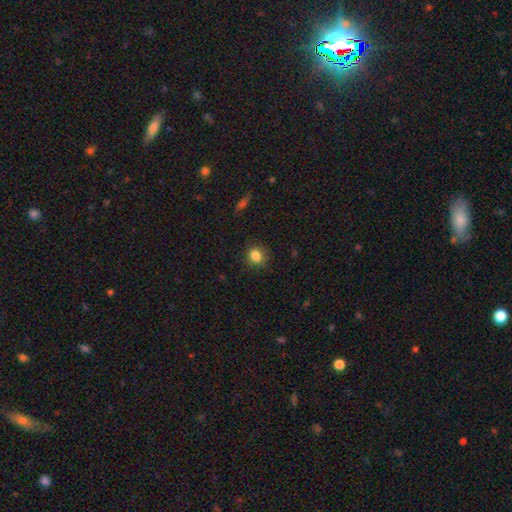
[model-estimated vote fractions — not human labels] Smooth or featured? smooth (84%)
How rounded? round (64%)
Merging? none (81%)